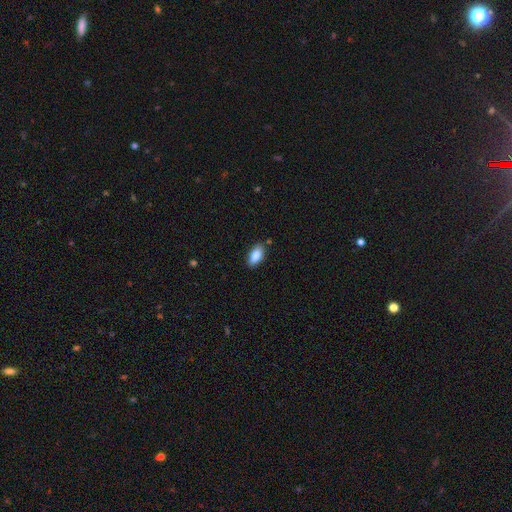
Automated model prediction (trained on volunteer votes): smooth 86%, star or artifact 7%, featured or disk 6%. Down the decision tree: how rounded — in between (91%); merging — none (84%).